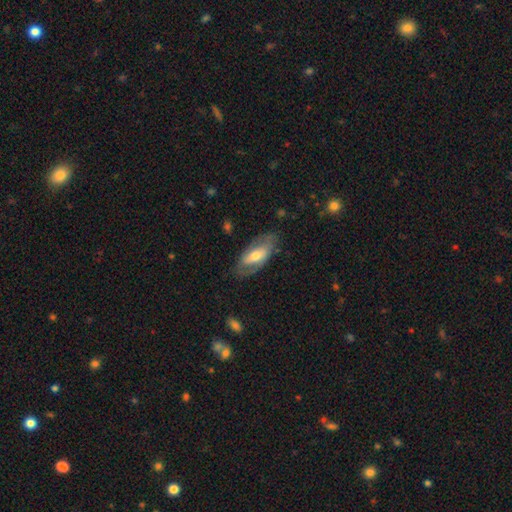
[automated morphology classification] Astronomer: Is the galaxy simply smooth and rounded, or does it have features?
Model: featured or disk — 53% (runner-up: smooth, 41%).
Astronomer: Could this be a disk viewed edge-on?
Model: no — 84%.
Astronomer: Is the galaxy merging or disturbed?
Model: none — 69%.